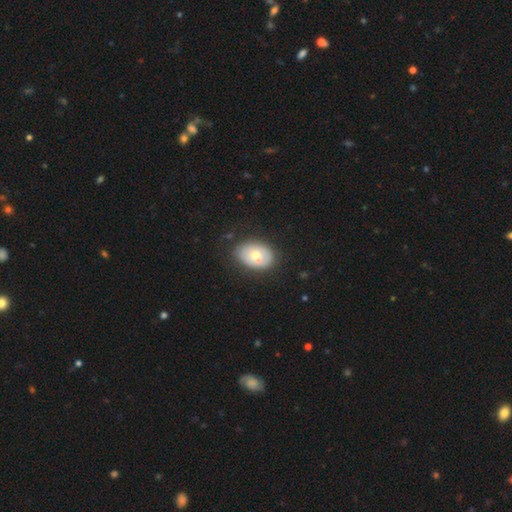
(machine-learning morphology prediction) Smooth or featured?
  - smooth: 63% *
  - featured or disk: 30%
  - star or artifact: 7%
How rounded?
  - in between: 78% *
  - round: 21%
  - cigar-shaped: 1%
Merging?
  - none: 76% *
  - minor disturbance: 17%
  - major disturbance: 5%
  - merger: 3%